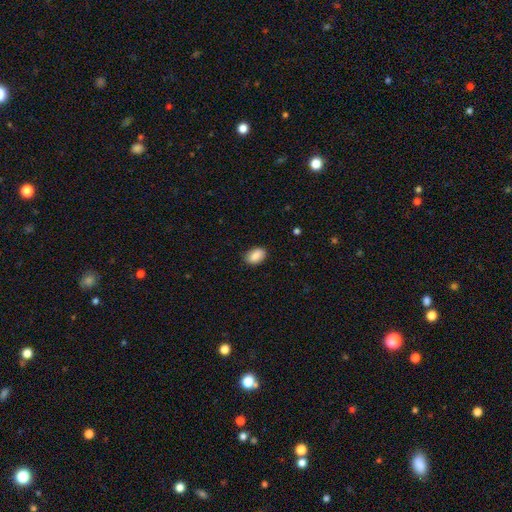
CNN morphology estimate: Smooth or featured? Predicted: smooth (p=0.88). How rounded? Predicted: in between (p=0.87). Merging? Predicted: none (p=0.87).